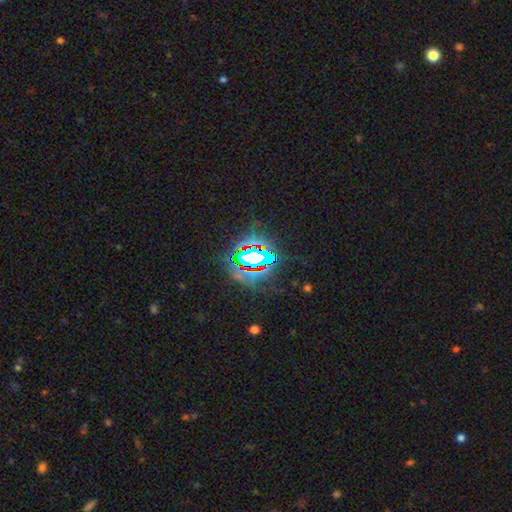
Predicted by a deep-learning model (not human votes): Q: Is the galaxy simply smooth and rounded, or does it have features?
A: star or artifact — 73%.